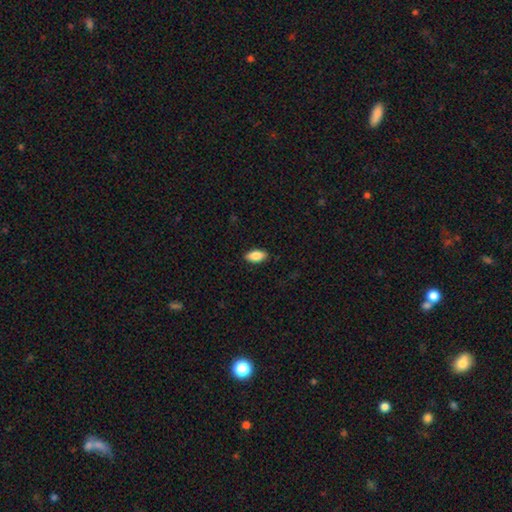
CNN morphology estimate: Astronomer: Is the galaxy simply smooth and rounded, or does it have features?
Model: smooth — 85%.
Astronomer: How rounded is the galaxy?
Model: in between — 89%.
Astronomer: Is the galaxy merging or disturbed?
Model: none — 88%.